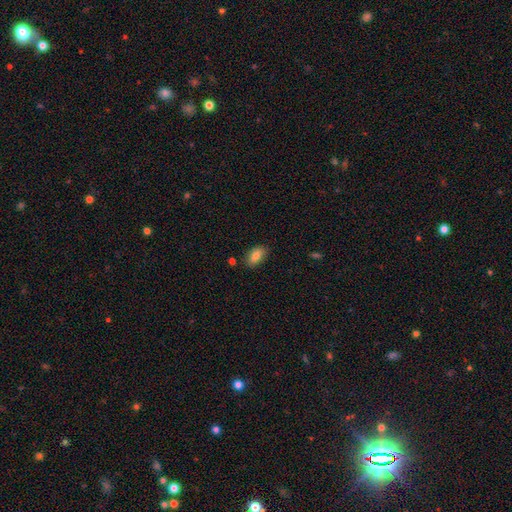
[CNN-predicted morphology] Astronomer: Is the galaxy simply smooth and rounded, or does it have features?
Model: smooth — 84%.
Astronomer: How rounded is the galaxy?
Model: in between — 92%.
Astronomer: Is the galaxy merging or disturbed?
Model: none — 83%.